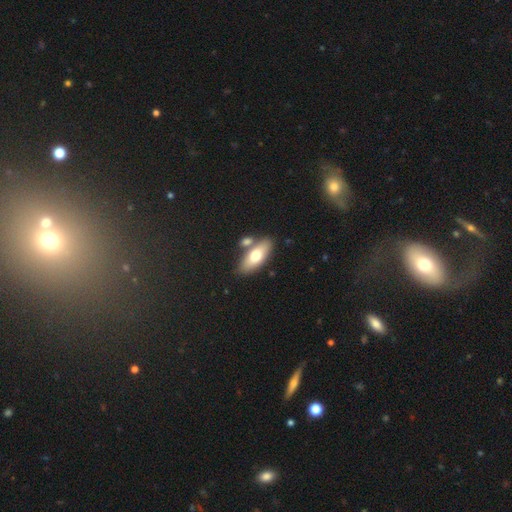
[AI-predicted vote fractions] This appears to be a smooth galaxy with no disk features (68%) that is in between round and cigar-shaped (77%). Merging: none (68%).